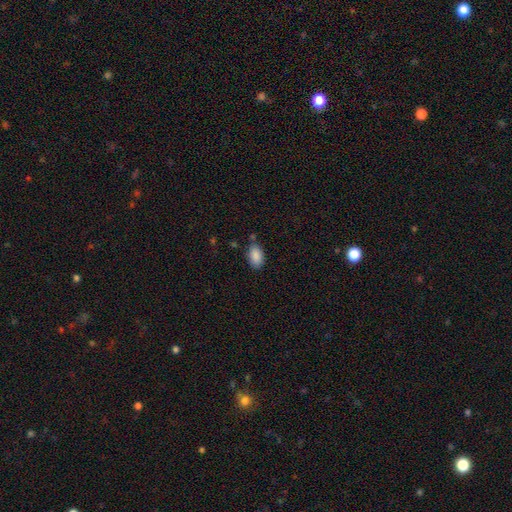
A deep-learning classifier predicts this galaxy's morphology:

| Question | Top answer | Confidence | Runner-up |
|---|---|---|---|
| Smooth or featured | smooth | 88% | star or artifact (7%) |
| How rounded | in between | 91% | round (6%) |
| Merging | none | 75% | minor disturbance (16%) |